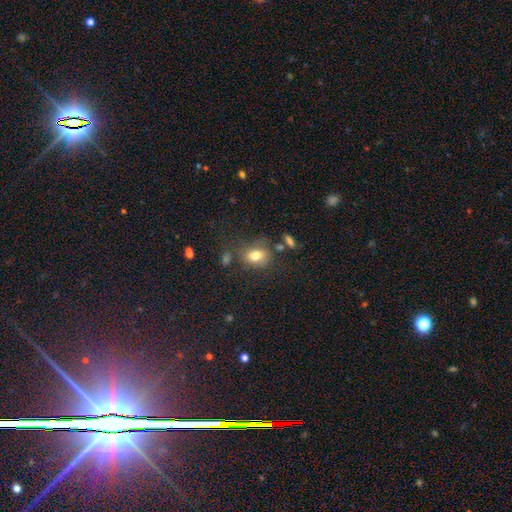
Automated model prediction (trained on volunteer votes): Smooth or featured: smooth — 77% (featured or disk — 12%)
How rounded: in between — 64% (round — 34%)
Merging: none — 60% (minor disturbance — 21%)